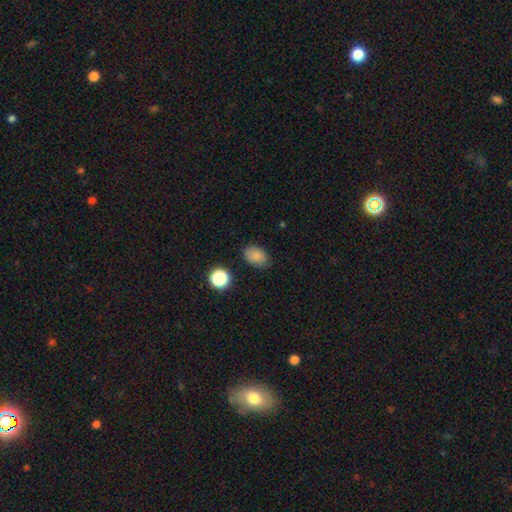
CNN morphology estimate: The model was most divided on "how rounded": in between: 75%, round: 24%, cigar-shaped: 1%. More confident: smooth or featured — smooth (82%); merging — none (78%).